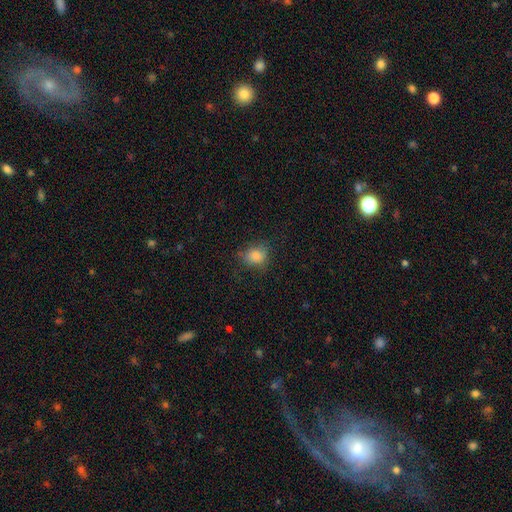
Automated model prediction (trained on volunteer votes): smooth-or-featured: smooth: 82% | star or artifact: 12% | featured or disk: 6%
  how-rounded: round: 65% | in between: 33% | cigar-shaped: 1%
  merging: none: 71% | minor disturbance: 20% | major disturbance: 7% | merger: 1%